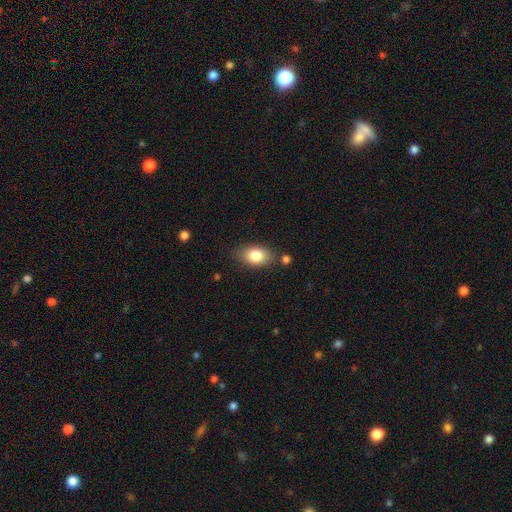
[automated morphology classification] Overall: smooth (82%). How rounded: in between (87%). Merging: none (79%).